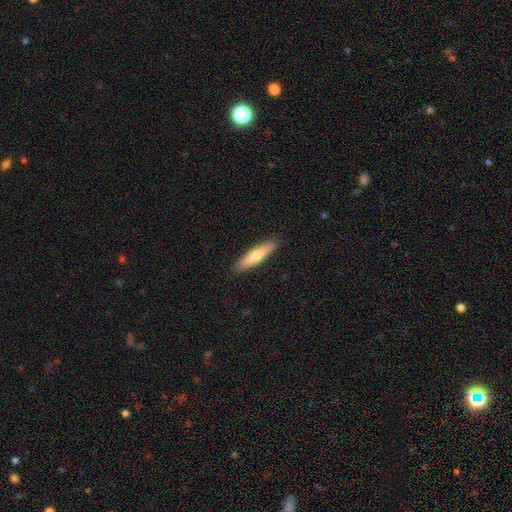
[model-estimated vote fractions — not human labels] The model was most divided on "smooth or featured": smooth: 68%, featured or disk: 27%, star or artifact: 5%. More confident: merging — none (90%); how rounded — cigar-shaped (81%).